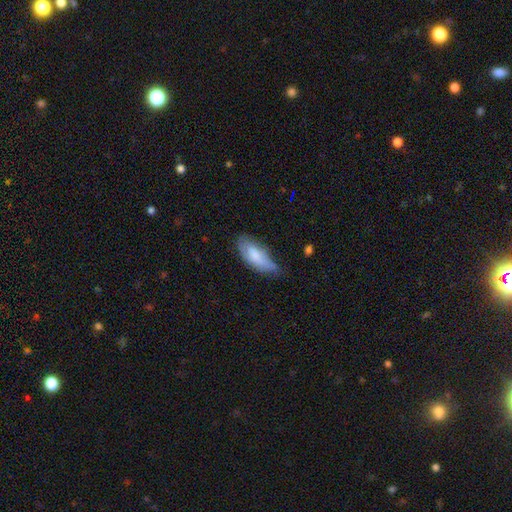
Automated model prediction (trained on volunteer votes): smooth_or_featured: smooth (p=0.74) [alt: featured or disk p=0.20]
how_rounded: in between (p=0.80) [alt: cigar-shaped p=0.18]
merging: none (p=0.45) [alt: minor disturbance p=0.42]